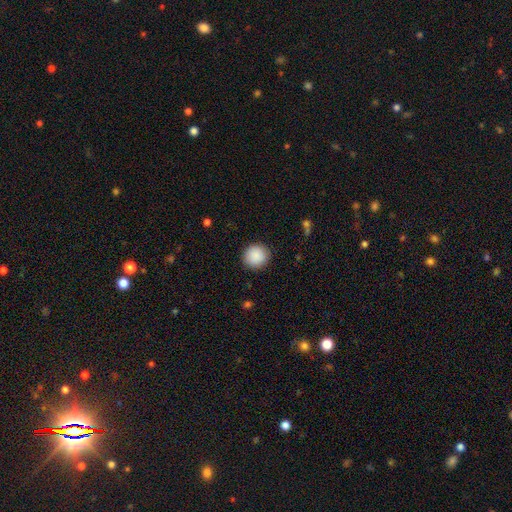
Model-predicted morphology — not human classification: Smooth or featured? smooth (90%)
How rounded? round (92%)
Merging? none (90%)